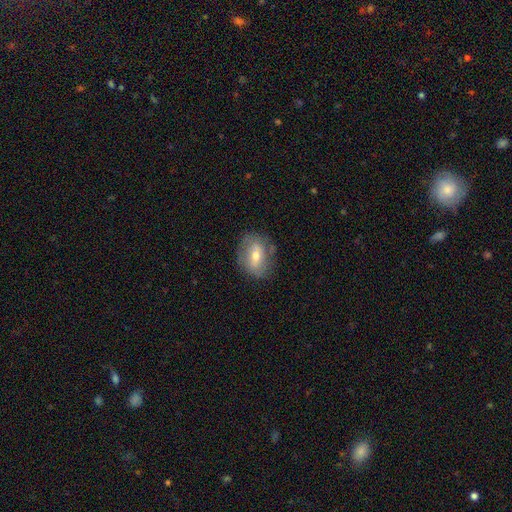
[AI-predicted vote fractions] Smooth or featured: smooth — 51% (featured or disk — 41%)
How rounded: in between — 70% (round — 27%)
Merging: none — 75% (minor disturbance — 17%)